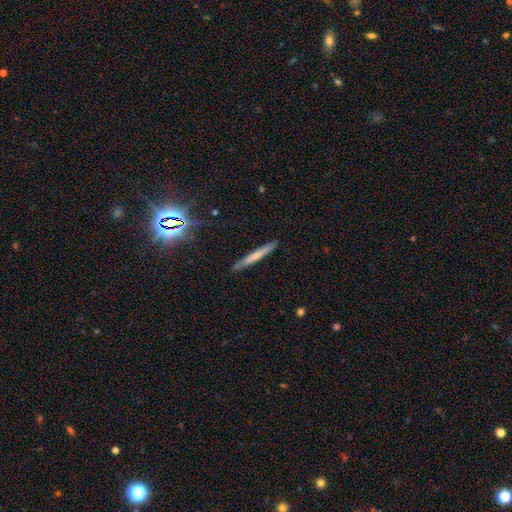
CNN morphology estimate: A smooth galaxy with no disk features (54%) that is cigar-shaped (96%).

Vote fractions:
- Smooth or featured? smooth: 54% / featured or disk: 38% / star or artifact: 9%
- How rounded? cigar-shaped: 96% / in between: 3% / round: 1%
- Merging? none: 88% / minor disturbance: 9% / major disturbance: 2% / merger: 1%